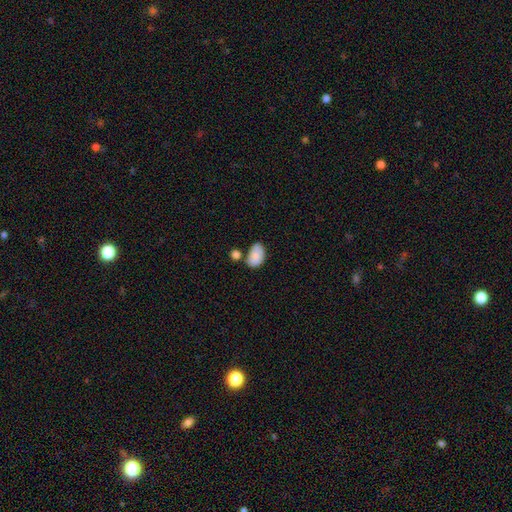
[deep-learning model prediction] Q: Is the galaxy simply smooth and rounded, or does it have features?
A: smooth — 86%.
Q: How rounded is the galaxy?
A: in between — 92%.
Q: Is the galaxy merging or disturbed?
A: none — 51%.